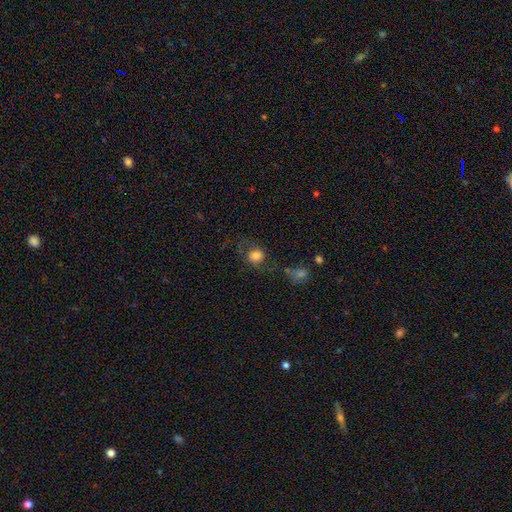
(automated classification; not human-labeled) smooth-or-featured: smooth: 70% | featured or disk: 19% | star or artifact: 11%
  how-rounded: round: 73% | in between: 26% | cigar-shaped: 1%
  merging: none: 52% | minor disturbance: 20% | major disturbance: 20% | merger: 8%